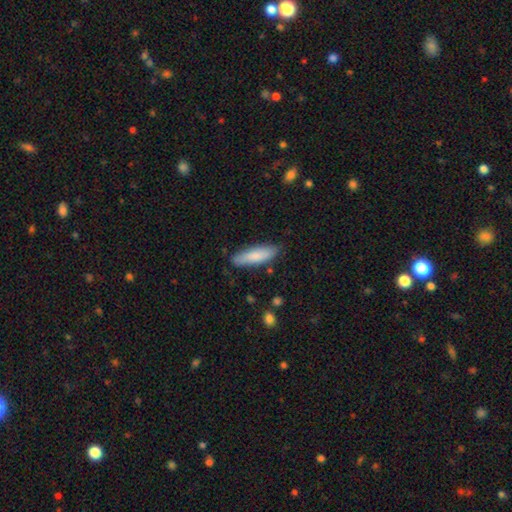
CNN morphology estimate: Smooth or featured? smooth (82%)
How rounded? cigar-shaped (58%)
Merging? none (82%)